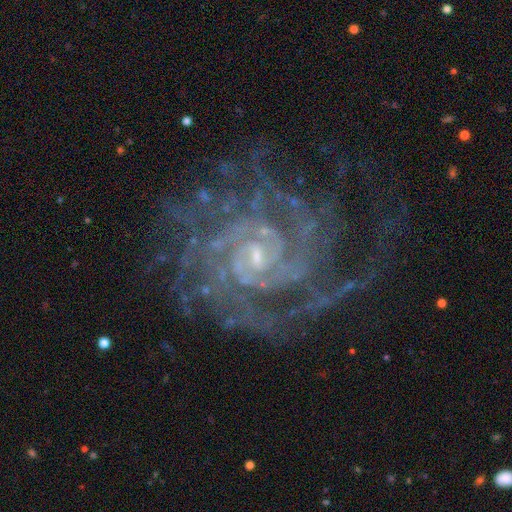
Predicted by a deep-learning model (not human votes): smooth-or-featured: featured or disk: 91% | star or artifact: 6% | smooth: 3%
  disk-edge-on: no: 98% | yes: 2%
    bar: no: 49% | weak: 38% | strong: 12%
    has-spiral-arms: yes: 98% | no: 2%
      spiral-winding: tight: 74% | medium: 22% | loose: 4%
      spiral-arm-count: 2: 23% | can't tell: 22% | 3: 16% | 4: 16% | more than 4: 14% | 1: 9%
    bulge-size: small: 74% | moderate: 20% | none: 4% | large: 1% | dominant: 1%
  merging: none: 70% | minor disturbance: 16% | major disturbance: 12% | merger: 2%